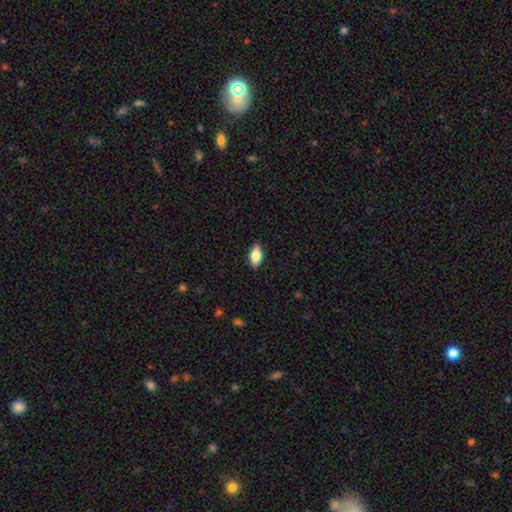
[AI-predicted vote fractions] A smooth galaxy with no disk features (75%) that is in between round and cigar-shaped (87%). Merging: none (88%).